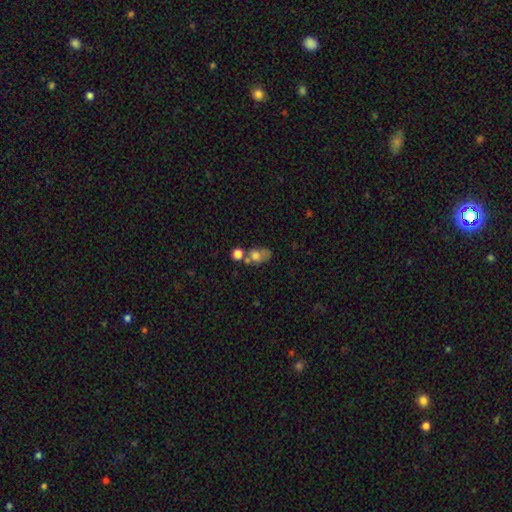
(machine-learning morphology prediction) A smooth galaxy with no disk features (67%) that is in between round and cigar-shaped (70%).

Vote fractions:
- Smooth or featured? smooth: 67% / featured or disk: 21% / star or artifact: 12%
- How rounded? in between: 70% / round: 28% / cigar-shaped: 2%
- Merging? none: 36% / merger: 35% / minor disturbance: 17% / major disturbance: 12%